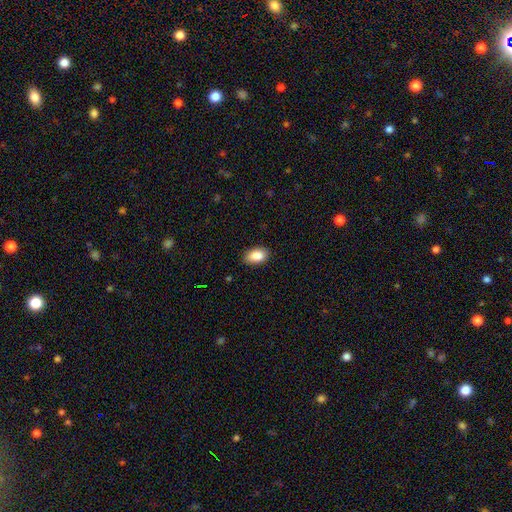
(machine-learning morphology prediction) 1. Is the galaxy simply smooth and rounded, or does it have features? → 88% smooth, 7% star or artifact, 5% featured or disk.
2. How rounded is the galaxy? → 92% in between, 6% round, 2% cigar-shaped.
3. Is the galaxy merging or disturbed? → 87% none, 10% minor disturbance, 2% major disturbance, 1% merger.